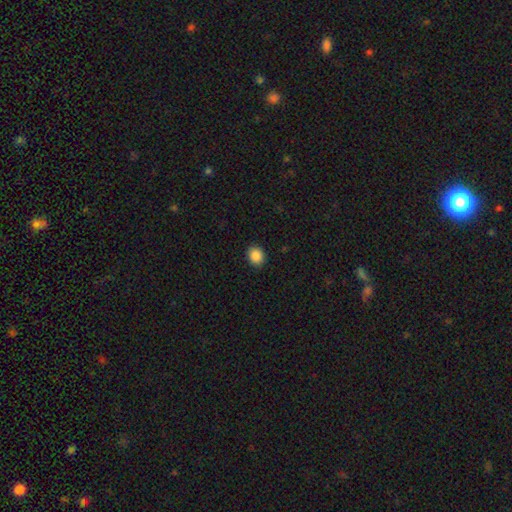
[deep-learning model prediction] This appears to be a smooth galaxy with no disk features (87%) that is round (69%). Merging: none (91%).